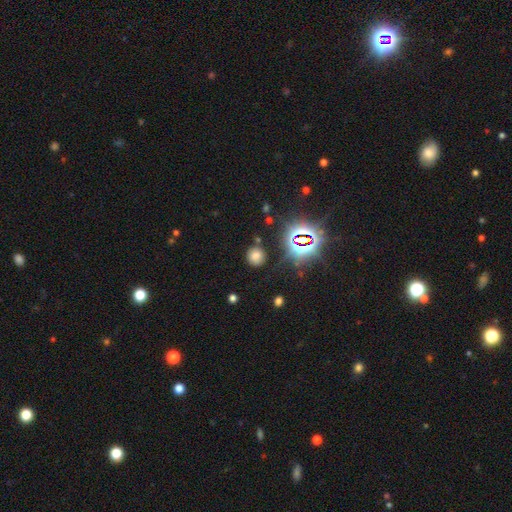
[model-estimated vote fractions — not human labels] Smooth or featured?
  - smooth: 65% *
  - star or artifact: 27%
  - featured or disk: 8%
How rounded?
  - round: 88% *
  - in between: 11%
  - cigar-shaped: 1%
Merging?
  - none: 81% *
  - minor disturbance: 11%
  - major disturbance: 4%
  - merger: 3%